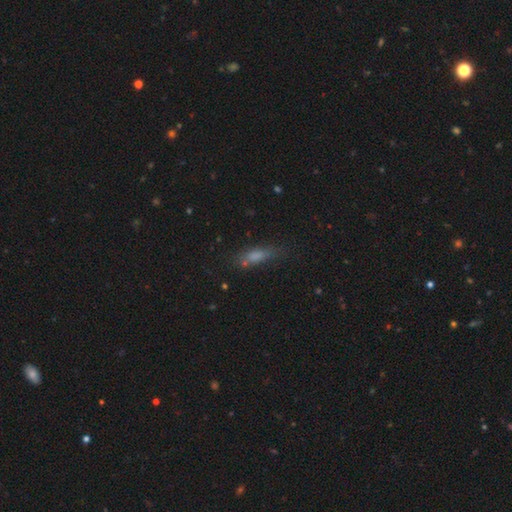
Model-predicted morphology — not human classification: smooth_or_featured: smooth (p=0.59) [alt: featured or disk p=0.22]
how_rounded: cigar-shaped (p=0.59) [alt: in between p=0.37]
merging: none (p=0.65) [alt: minor disturbance p=0.21]